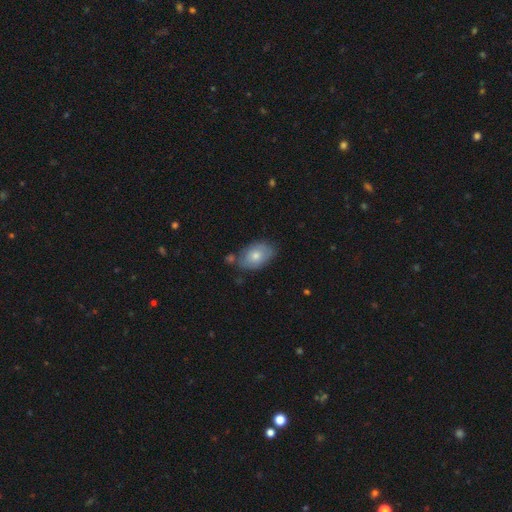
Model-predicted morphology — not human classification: A smooth galaxy with no disk features (75%) that is in between round and cigar-shaped (87%). Merging: none (68%).